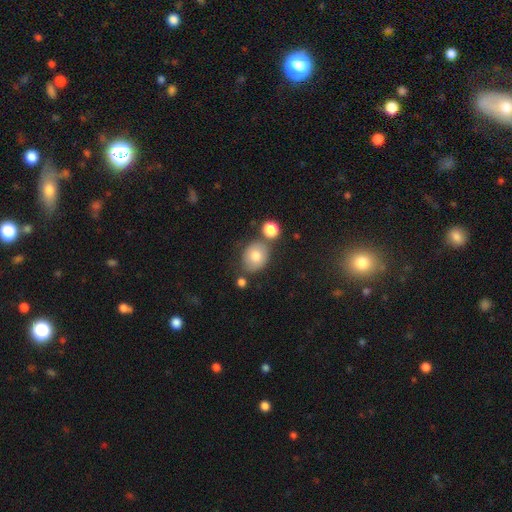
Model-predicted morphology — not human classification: Smooth or featured? smooth (77%)
How rounded? round (53%)
Merging? none (65%)